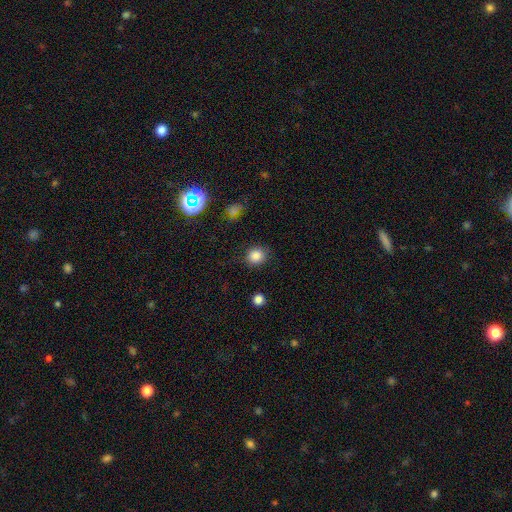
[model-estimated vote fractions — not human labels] Smooth or featured? Predicted: smooth (p=0.85). How rounded? Predicted: round (p=0.83). Merging? Predicted: none (p=0.85).